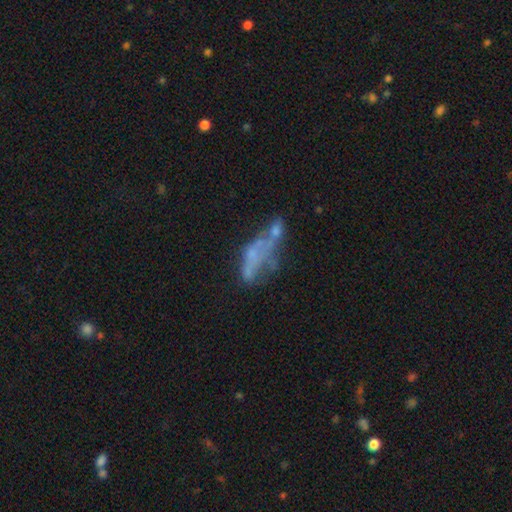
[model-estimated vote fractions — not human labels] Smooth or featured?
  - featured or disk: 54% *
  - smooth: 29%
  - star or artifact: 17%
Edge-on disk?
  - no: 94% *
  - yes: 6%
Bar?
  - no: 93% *
  - weak: 5%
  - strong: 2%
Spiral arms?
  - no: 94% *
  - yes: 6%
Bulge size?
  - none: 79% *
  - small: 13%
  - moderate: 6%
  - large: 2%
  - dominant: 1%
Merging?
  - merger: 33% *
  - major disturbance: 27%
  - none: 25%
  - minor disturbance: 15%